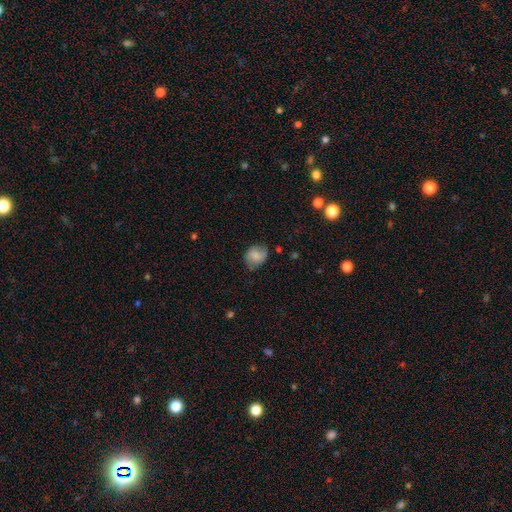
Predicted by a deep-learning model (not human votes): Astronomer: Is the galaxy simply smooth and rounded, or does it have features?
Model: smooth — 69%.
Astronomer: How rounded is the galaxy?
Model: round — 57% (runner-up: in between, 42%).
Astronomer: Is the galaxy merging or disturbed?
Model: none — 64%.